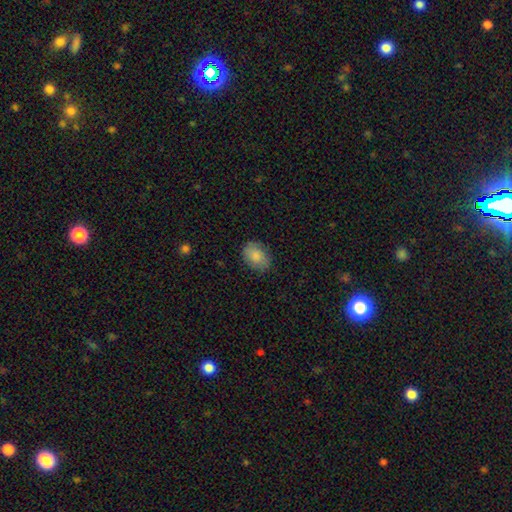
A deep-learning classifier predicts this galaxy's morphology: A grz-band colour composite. It shows a smooth galaxy with no disk features (84%) that is in between round and cigar-shaped (76%). Merging: none (81%).